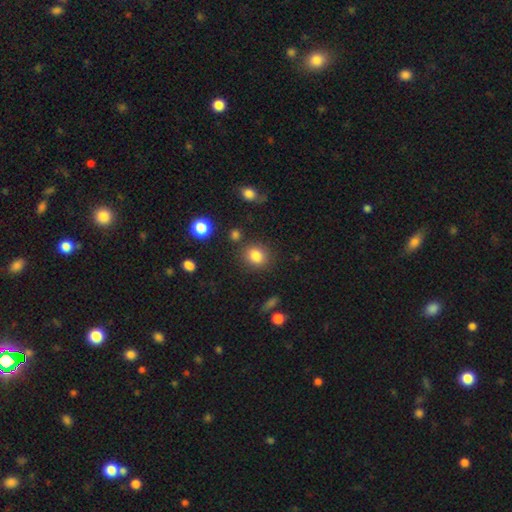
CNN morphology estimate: Smooth or featured? smooth (83%)
How rounded? round (69%)
Merging? none (83%)